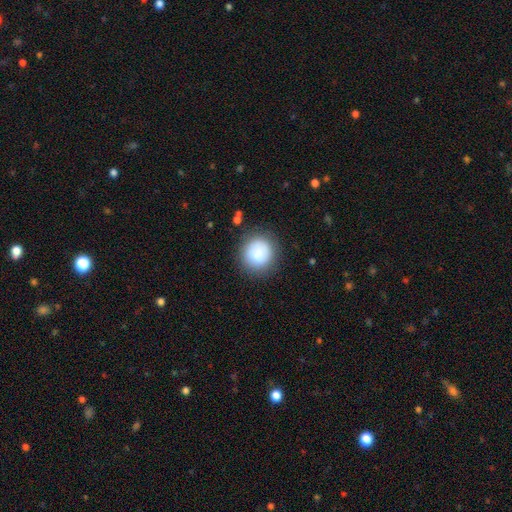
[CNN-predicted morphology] Q: Smooth or featured?
A: smooth (85%); runner-up: star or artifact (8%)
Q: How rounded?
A: round (90%); runner-up: in between (9%)
Q: Merging?
A: none (84%); runner-up: minor disturbance (10%)